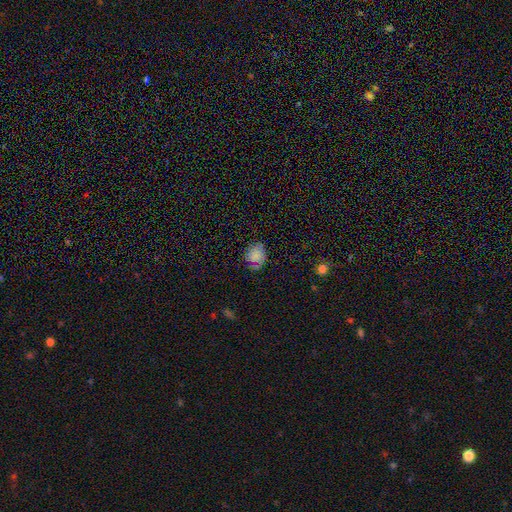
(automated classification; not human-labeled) smooth-or-featured: smooth: 72% | star or artifact: 16% | featured or disk: 12%
  how-rounded: round: 68% | in between: 31% | cigar-shaped: 1%
  merging: none: 70% | minor disturbance: 22% | major disturbance: 6% | merger: 2%